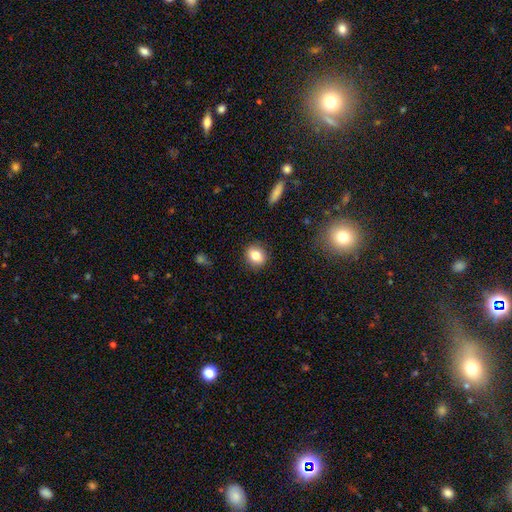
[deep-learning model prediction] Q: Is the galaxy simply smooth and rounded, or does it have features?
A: smooth — 81%.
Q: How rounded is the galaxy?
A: round — 70%.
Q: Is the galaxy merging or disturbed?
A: none — 88%.